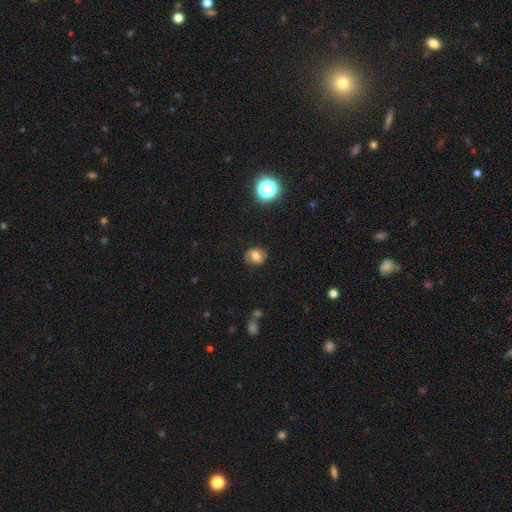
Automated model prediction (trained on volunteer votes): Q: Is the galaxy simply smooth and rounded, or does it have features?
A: smooth — 56%.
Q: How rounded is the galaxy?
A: round — 67%.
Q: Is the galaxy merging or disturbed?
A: none — 79%.